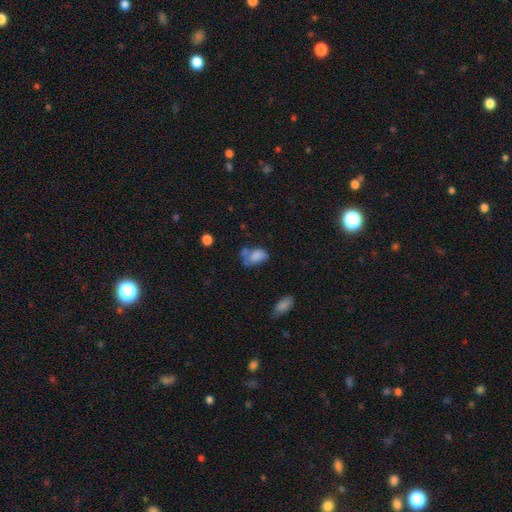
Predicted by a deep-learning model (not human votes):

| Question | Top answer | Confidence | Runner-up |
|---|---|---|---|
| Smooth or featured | smooth | 73% | featured or disk (17%) |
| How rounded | in between | 87% | round (11%) |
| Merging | none | 32% | minor disturbance (26%) |